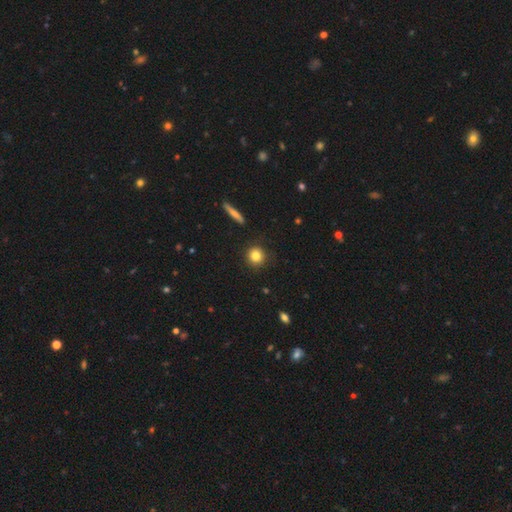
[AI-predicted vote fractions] Smooth or featured? smooth (83%)
How rounded? round (92%)
Merging? none (89%)